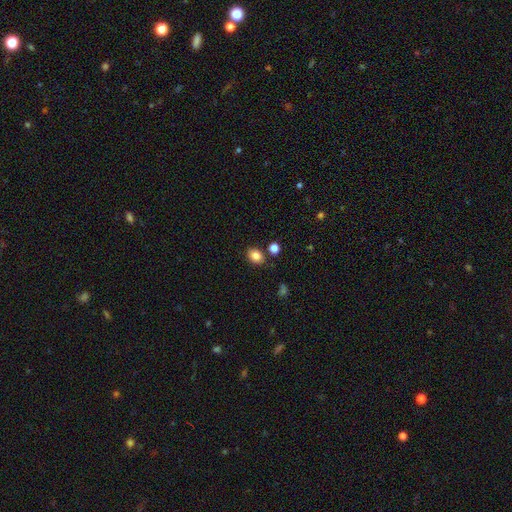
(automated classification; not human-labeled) Smooth or featured: smooth — 84% (star or artifact — 10%)
How rounded: in between — 60% (round — 39%)
Merging: none — 80% (minor disturbance — 11%)